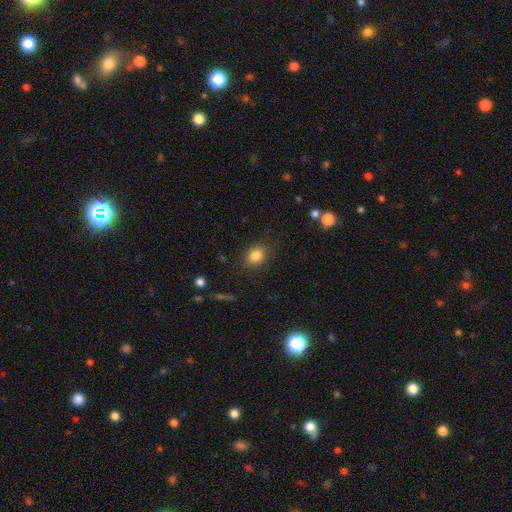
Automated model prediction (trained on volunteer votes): This is clearly a smooth galaxy (83%). How rounded: likely round (64%). Merging: clearly none (85%).